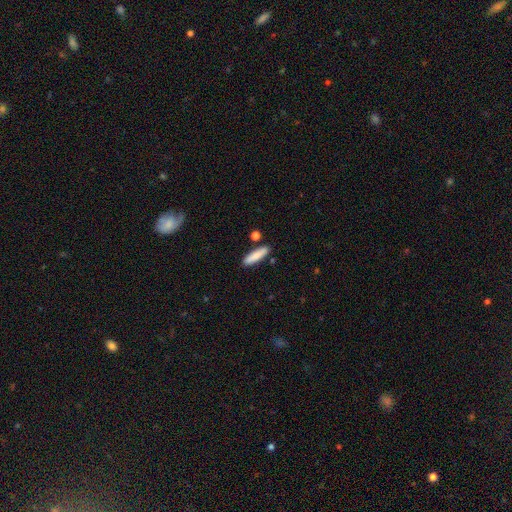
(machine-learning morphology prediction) This is clearly a smooth galaxy (83%). How rounded: likely cigar-shaped (69%). Merging: clearly none (84%).